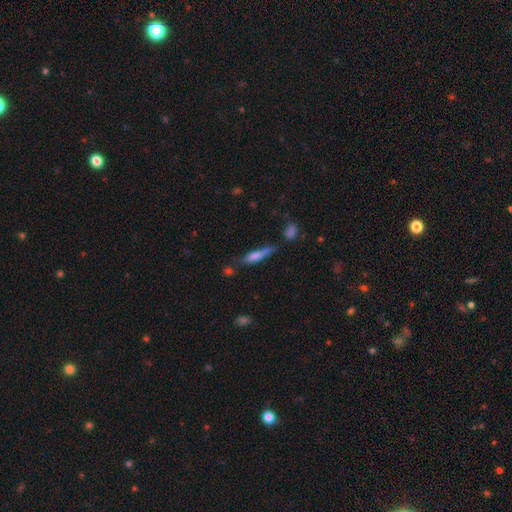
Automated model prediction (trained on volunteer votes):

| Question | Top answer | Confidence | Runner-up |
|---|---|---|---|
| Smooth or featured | smooth | 66% | featured or disk (25%) |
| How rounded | cigar-shaped | 79% | in between (19%) |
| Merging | none | 54% | minor disturbance (25%) |